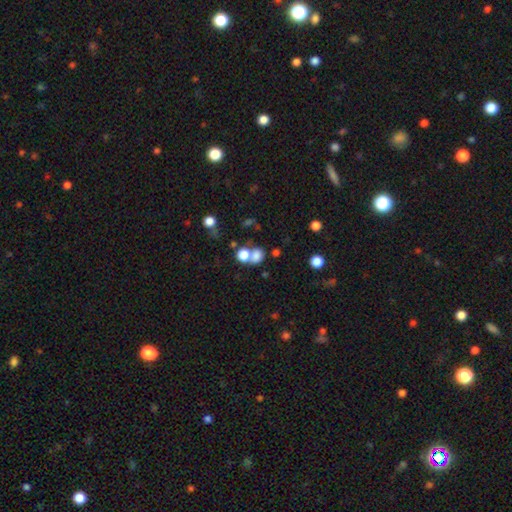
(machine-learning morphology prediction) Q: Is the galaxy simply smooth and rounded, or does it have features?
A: smooth — 76%.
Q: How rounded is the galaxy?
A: round — 59%.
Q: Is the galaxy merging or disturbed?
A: merger — 43%.